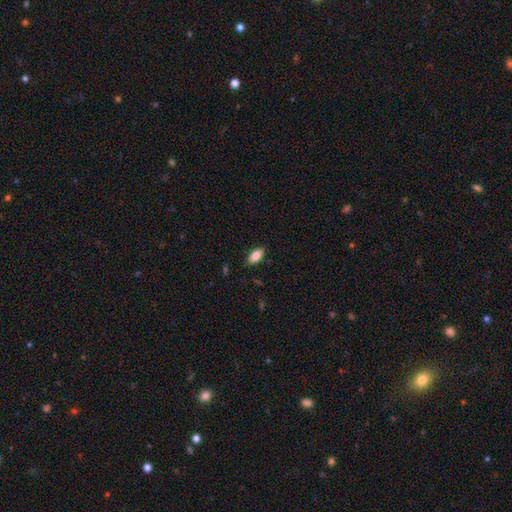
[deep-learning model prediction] smooth-or-featured: smooth: 84% | featured or disk: 9% | star or artifact: 7%
  how-rounded: in between: 91% | cigar-shaped: 6% | round: 3%
  merging: none: 87% | minor disturbance: 10% | major disturbance: 2% | merger: 1%